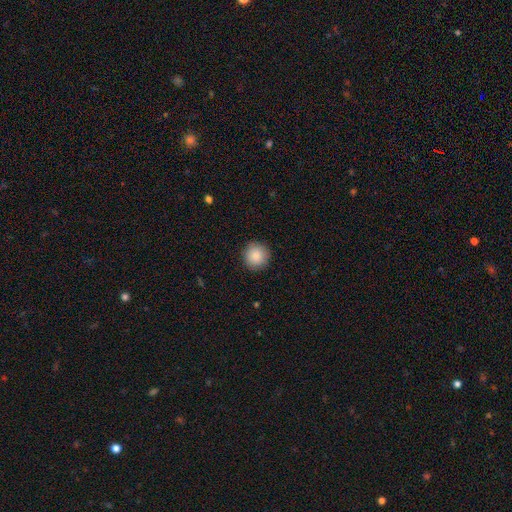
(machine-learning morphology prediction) Smooth or featured: smooth — 88% (star or artifact — 8%)
How rounded: round — 95% (in between — 4%)
Merging: none — 91% (minor disturbance — 6%)